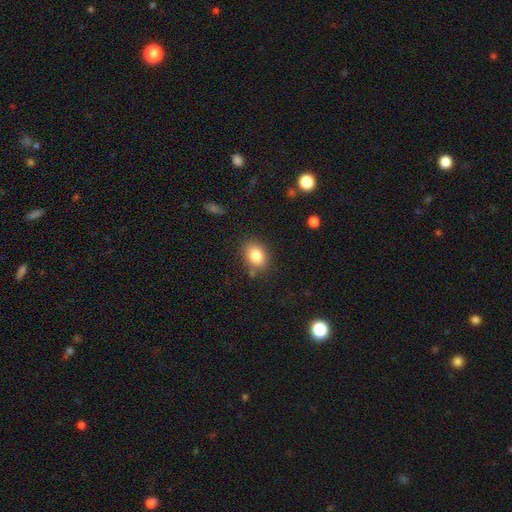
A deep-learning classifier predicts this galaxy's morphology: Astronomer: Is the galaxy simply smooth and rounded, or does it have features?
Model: smooth — 83%.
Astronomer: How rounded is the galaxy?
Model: in between — 63%.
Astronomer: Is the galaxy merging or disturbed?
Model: none — 80%.